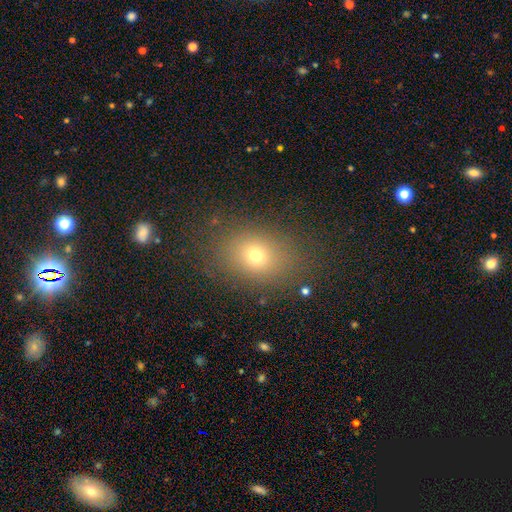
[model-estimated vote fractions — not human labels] A smooth galaxy with no disk features (70%) that is in between round and cigar-shaped (61%).

Vote fractions:
- Smooth or featured? smooth: 70% / star or artifact: 17% / featured or disk: 13%
- How rounded? in between: 61% / round: 37% / cigar-shaped: 1%
- Merging? none: 80% / minor disturbance: 12% / major disturbance: 6% / merger: 2%